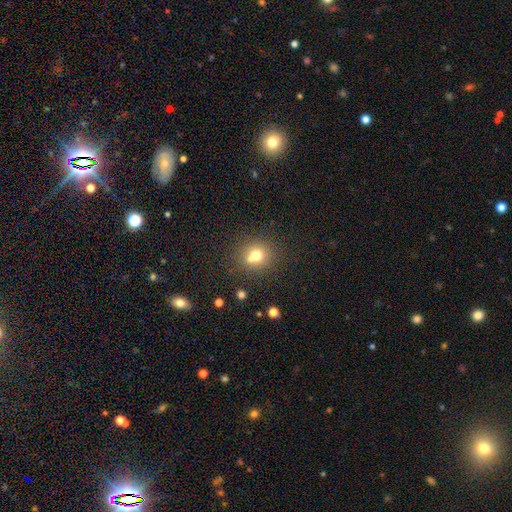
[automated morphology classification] Smooth or featured?
  - smooth: 71% *
  - featured or disk: 15%
  - star or artifact: 14%
How rounded?
  - round: 80% *
  - in between: 19%
  - cigar-shaped: 1%
Merging?
  - none: 55% *
  - merger: 31%
  - minor disturbance: 10%
  - major disturbance: 4%